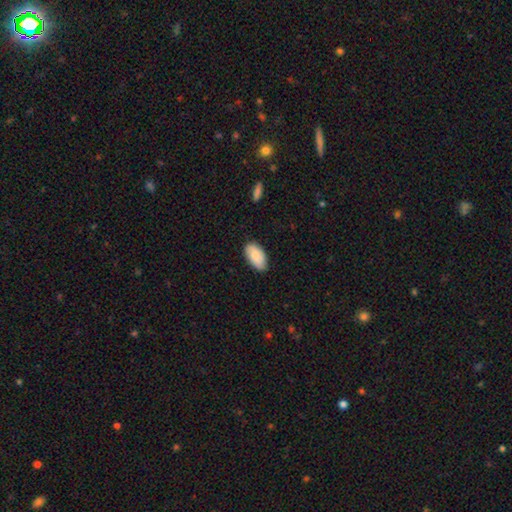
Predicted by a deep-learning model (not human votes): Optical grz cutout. It shows a smooth galaxy with no disk features (83%) that is in between round and cigar-shaped (95%). Merging: none (82%).